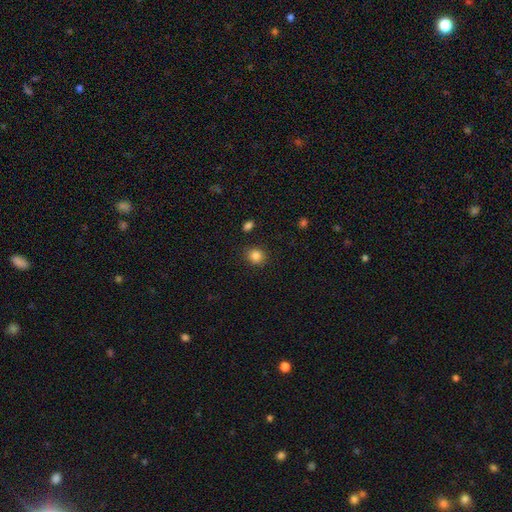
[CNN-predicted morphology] Q: Smooth or featured?
A: smooth (85%); runner-up: star or artifact (11%)
Q: How rounded?
A: round (77%); runner-up: in between (22%)
Q: Merging?
A: none (88%); runner-up: minor disturbance (8%)